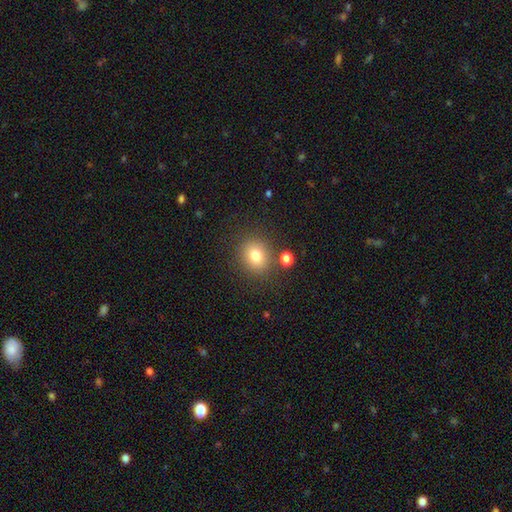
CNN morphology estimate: Smooth or featured: smooth — 79% (star or artifact — 12%)
How rounded: round — 69% (in between — 30%)
Merging: none — 80% (minor disturbance — 10%)